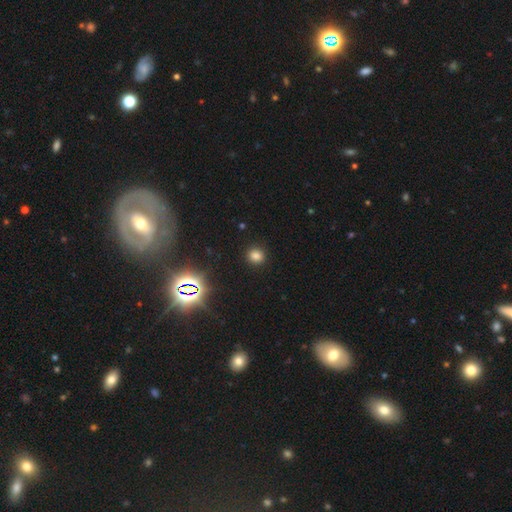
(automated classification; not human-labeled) Smooth or featured?
  - smooth: 77% *
  - star or artifact: 19%
  - featured or disk: 5%
How rounded?
  - round: 89% *
  - in between: 10%
  - cigar-shaped: 1%
Merging?
  - none: 91% *
  - minor disturbance: 6%
  - major disturbance: 2%
  - merger: 1%